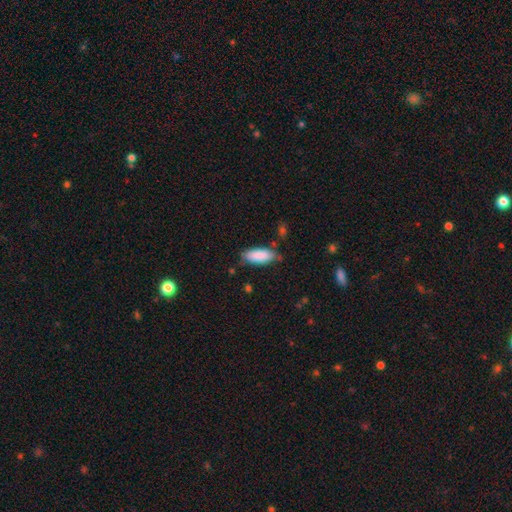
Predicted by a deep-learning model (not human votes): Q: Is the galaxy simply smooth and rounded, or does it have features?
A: smooth — 87%.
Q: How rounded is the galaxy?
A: in between — 80%.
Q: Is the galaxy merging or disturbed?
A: none — 71%.